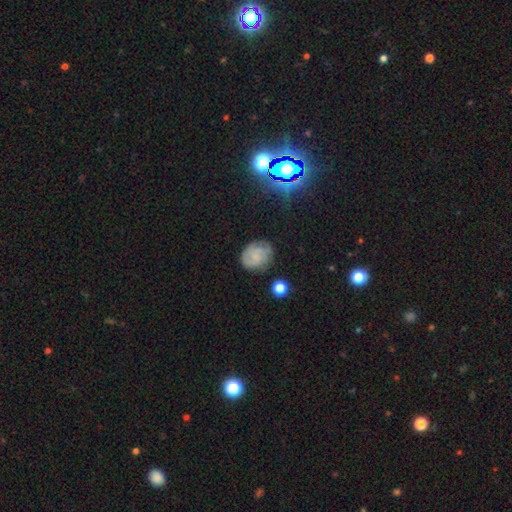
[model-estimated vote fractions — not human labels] This appears to be a smooth galaxy with no disk features (48%). Merging: none (72%).